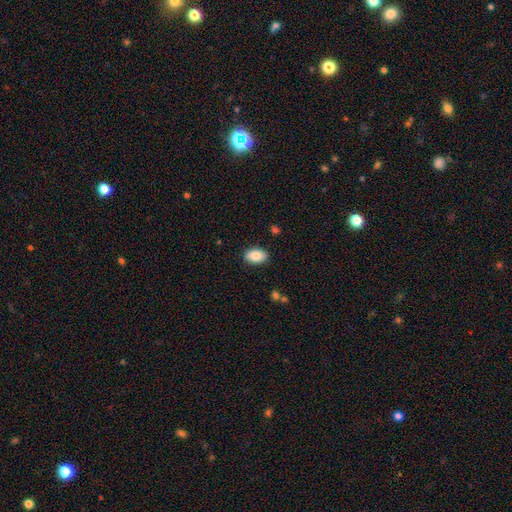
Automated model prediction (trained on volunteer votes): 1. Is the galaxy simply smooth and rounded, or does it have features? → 86% smooth, 7% star or artifact, 7% featured or disk.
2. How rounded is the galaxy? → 92% in between, 7% round, 2% cigar-shaped.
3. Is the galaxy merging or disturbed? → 88% none, 9% minor disturbance, 2% major disturbance, 1% merger.